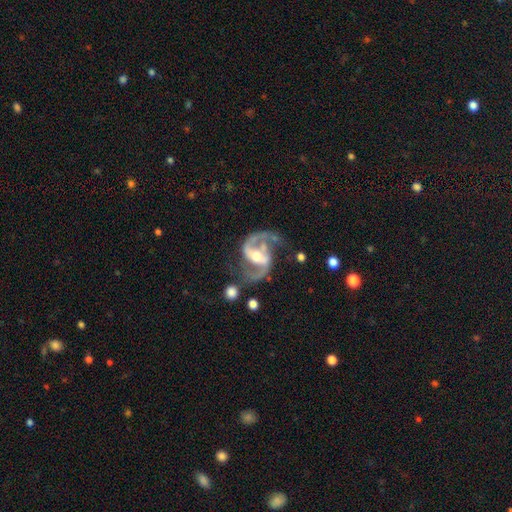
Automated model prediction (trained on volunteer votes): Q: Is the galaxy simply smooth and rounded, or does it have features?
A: featured or disk — 93%.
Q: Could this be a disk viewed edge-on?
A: no — 98%.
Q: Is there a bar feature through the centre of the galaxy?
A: strong — 55%.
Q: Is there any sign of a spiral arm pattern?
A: yes — 98%.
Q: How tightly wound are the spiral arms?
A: medium — 60%.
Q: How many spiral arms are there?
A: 2 — 94%.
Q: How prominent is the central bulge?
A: moderate — 66%.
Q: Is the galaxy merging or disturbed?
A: none — 69%.